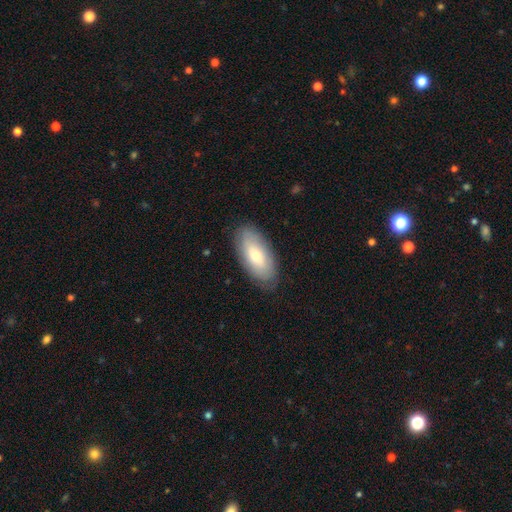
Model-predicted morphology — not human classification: Overall: smooth (70%). How rounded: in between (89%). Merging: none (81%).